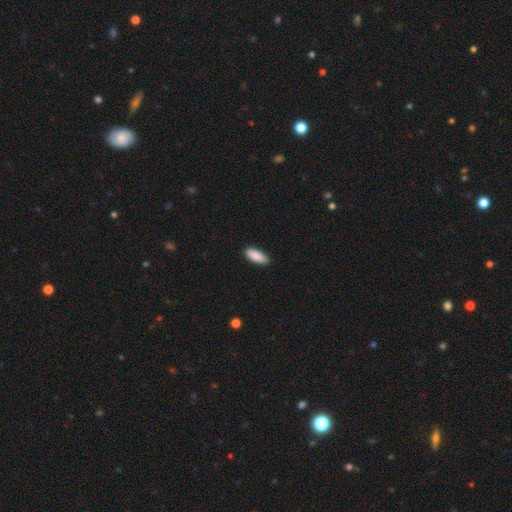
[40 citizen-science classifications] smooth-or-featured: smooth: 90% | featured or disk: 5% | star or artifact: 5%
  how-rounded: in between: 75% | cigar-shaped: 22% | round: 3%
  merging: none: 95% | minor disturbance: 3% | merger: 3% | major disturbance: 0%